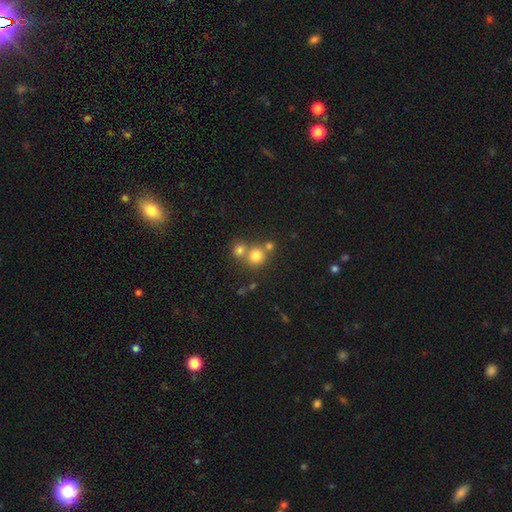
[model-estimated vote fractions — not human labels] smooth-or-featured: smooth: 76% | star or artifact: 15% | featured or disk: 9%
  how-rounded: round: 88% | in between: 11% | cigar-shaped: 1%
  merging: none: 55% | merger: 36% | minor disturbance: 7% | major disturbance: 3%